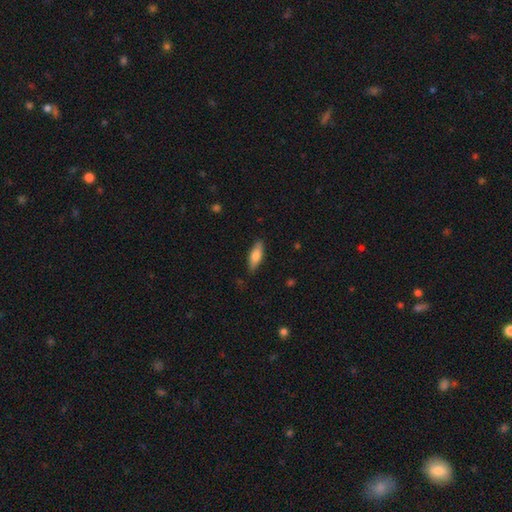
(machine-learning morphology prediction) A smooth galaxy with no disk features (70%) that is in between round and cigar-shaped (60%). Merging: none (85%).